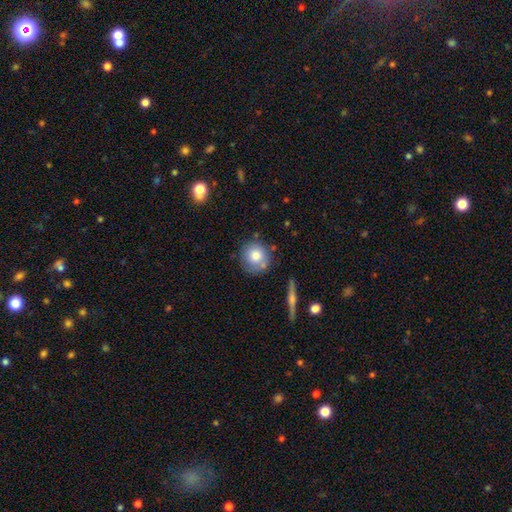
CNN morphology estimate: A smooth galaxy with no disk features (78%) that is round (90%). Merging: none (74%).